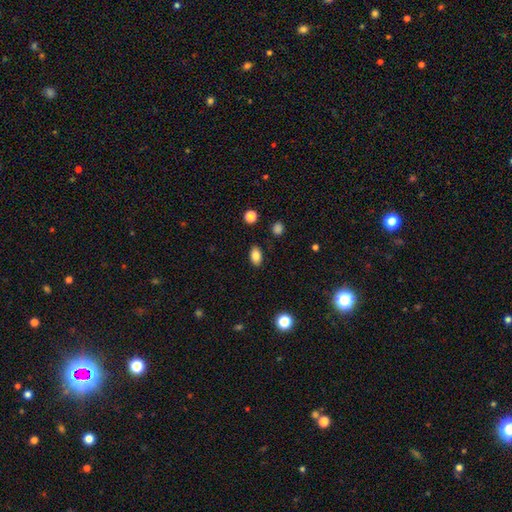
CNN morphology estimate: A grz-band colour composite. It shows a smooth galaxy with no disk features (83%) that is in between round and cigar-shaped (87%). Merging: none (86%).